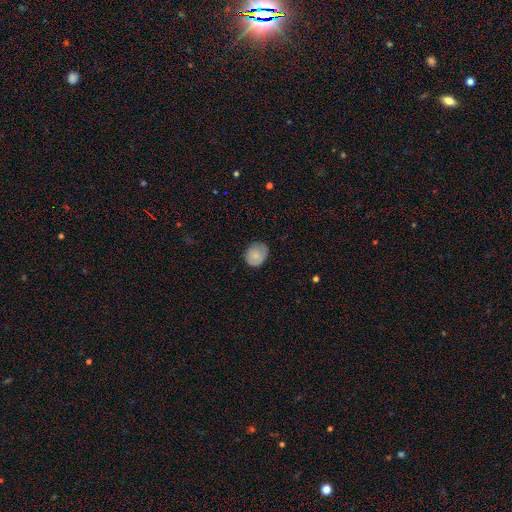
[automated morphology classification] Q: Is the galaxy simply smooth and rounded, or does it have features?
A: smooth — 79%.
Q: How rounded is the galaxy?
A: round — 62%.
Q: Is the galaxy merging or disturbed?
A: none — 70%.